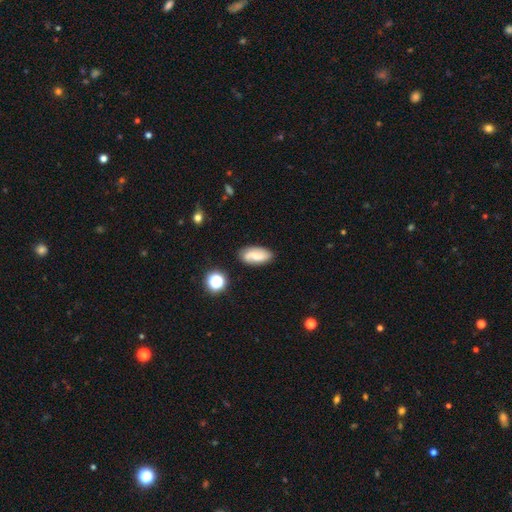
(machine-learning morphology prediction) A smooth galaxy with no disk features (50%). Merging: none (77%).